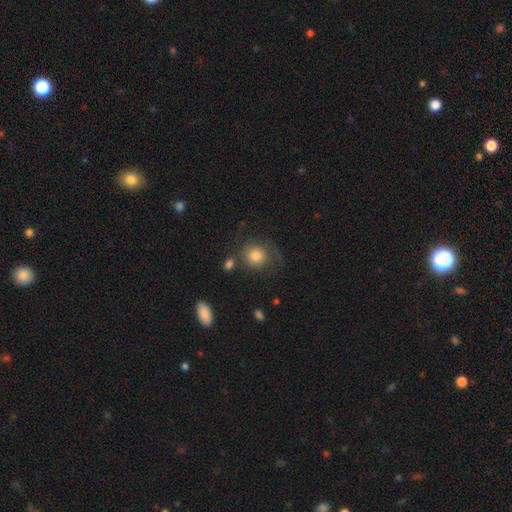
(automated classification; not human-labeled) This appears to be a smooth galaxy with no disk features (74%) that is round (84%). Merging: none (56%).